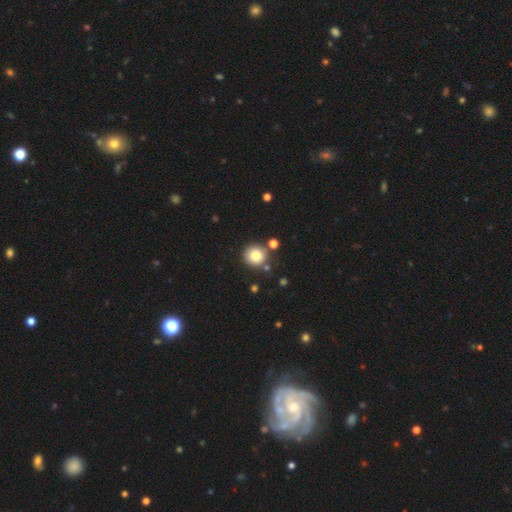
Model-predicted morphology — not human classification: A smooth galaxy with no disk features (81%) that is round (93%). Merging: none (80%).